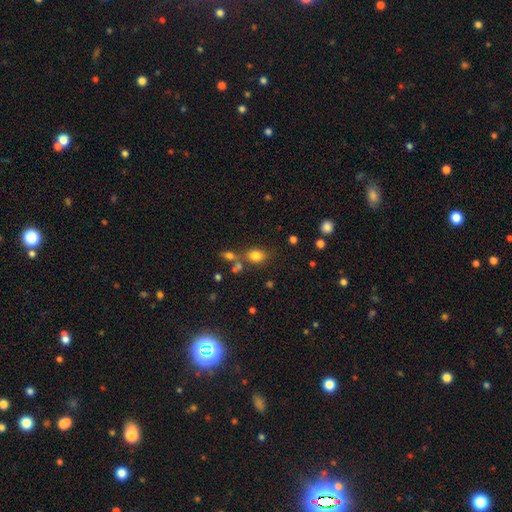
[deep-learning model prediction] Smooth or featured? Predicted: smooth (p=0.79). How rounded? Predicted: in between (p=0.65). Merging? Predicted: none (p=0.63).